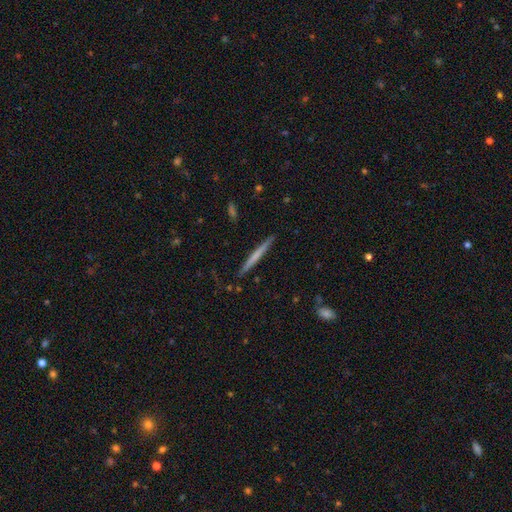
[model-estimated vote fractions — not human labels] The model was most divided on "smooth or featured": smooth: 49%, featured or disk: 45%, star or artifact: 5%. More confident: merging — none (90%).